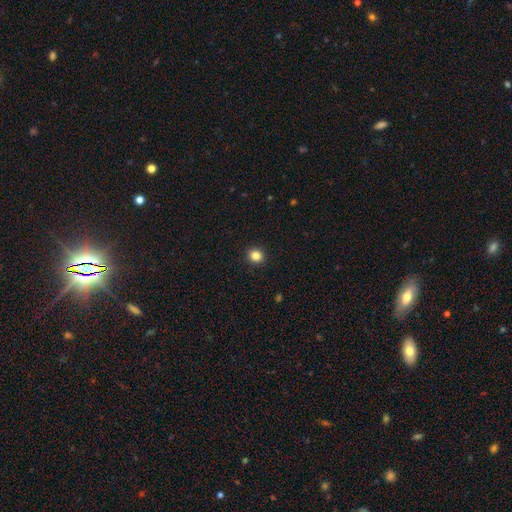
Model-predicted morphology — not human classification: A smooth galaxy with no disk features (83%) that is round (86%). Merging: none (93%).